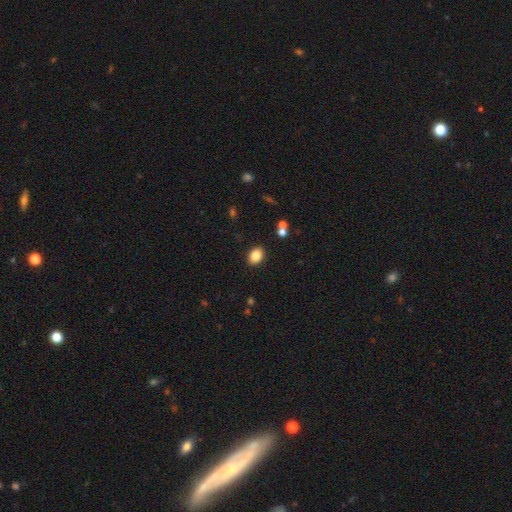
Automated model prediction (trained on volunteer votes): smooth-or-featured: smooth: 85% | star or artifact: 9% | featured or disk: 6%
  how-rounded: in between: 73% | round: 26% | cigar-shaped: 1%
  merging: none: 88% | minor disturbance: 8% | major disturbance: 2% | merger: 2%